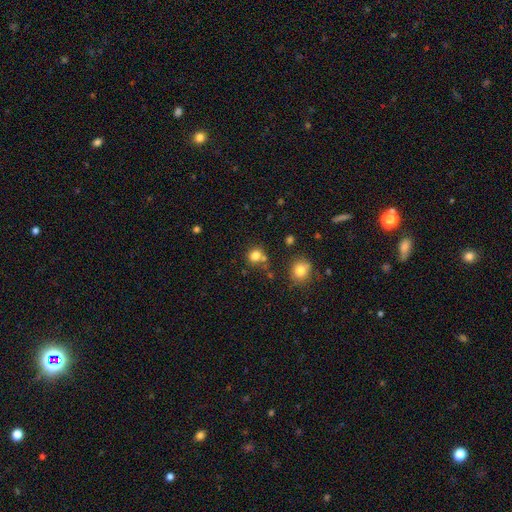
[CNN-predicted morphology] Smooth or featured: smooth — 79% (star or artifact — 14%)
How rounded: round — 86% (in between — 13%)
Merging: none — 66% (merger — 19%)